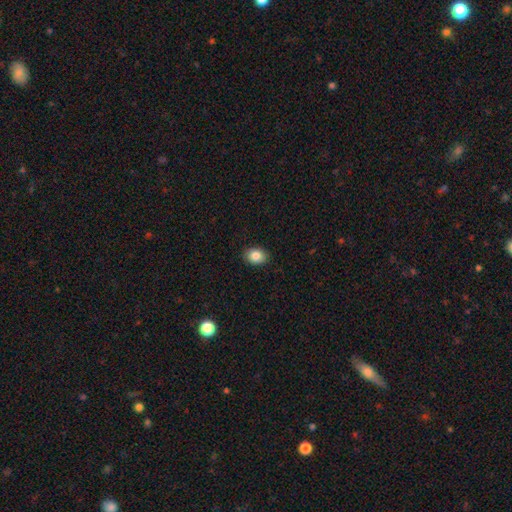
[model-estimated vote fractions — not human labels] A smooth galaxy with no disk features (85%) that is in between round and cigar-shaped (61%).

Vote fractions:
- Smooth or featured? smooth: 85% / star or artifact: 9% / featured or disk: 6%
- How rounded? in between: 61% / round: 38% / cigar-shaped: 1%
- Merging? none: 89% / minor disturbance: 8% / major disturbance: 2% / merger: 1%